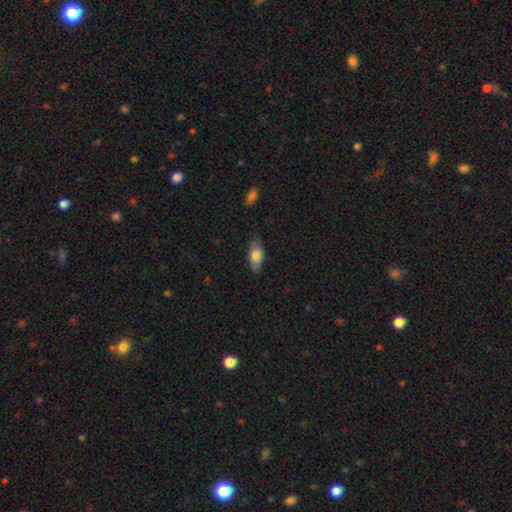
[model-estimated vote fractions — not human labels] smooth 75%, featured or disk 18%, star or artifact 6%. Down the decision tree: how rounded — in between (83%); merging — none (80%).